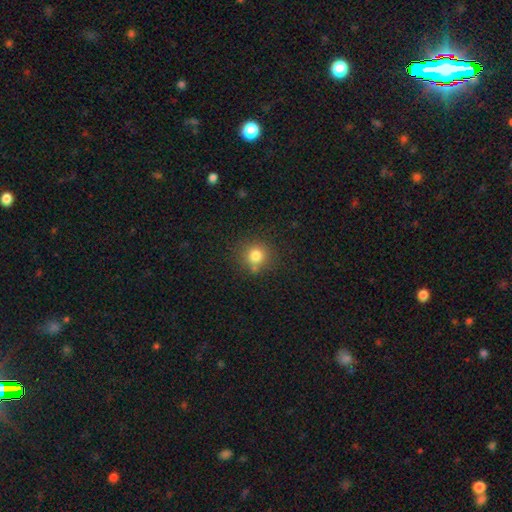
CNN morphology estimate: Smooth or featured?
  - smooth: 79% *
  - star or artifact: 13%
  - featured or disk: 8%
How rounded?
  - round: 90% *
  - in between: 9%
  - cigar-shaped: 1%
Merging?
  - none: 75% *
  - minor disturbance: 12%
  - merger: 9%
  - major disturbance: 4%